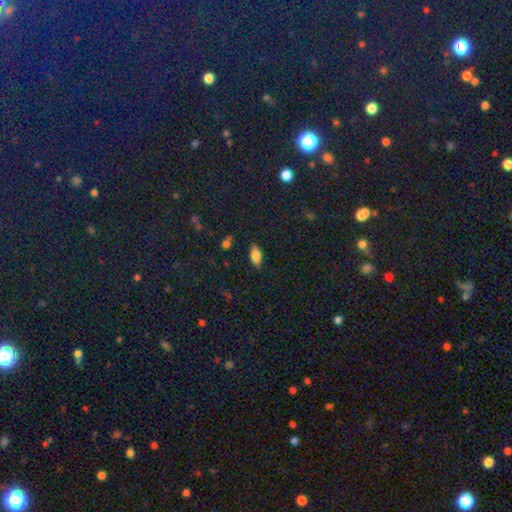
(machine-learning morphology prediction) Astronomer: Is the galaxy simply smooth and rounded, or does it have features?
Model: smooth — 80%.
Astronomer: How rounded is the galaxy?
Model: in between — 88%.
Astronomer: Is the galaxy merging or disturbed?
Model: none — 85%.